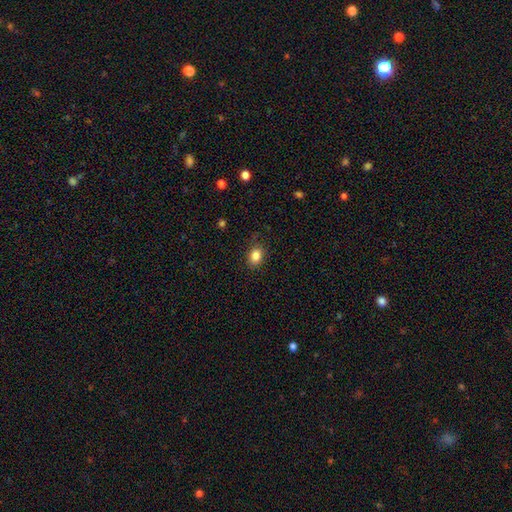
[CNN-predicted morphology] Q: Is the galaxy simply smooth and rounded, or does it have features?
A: smooth — 84%.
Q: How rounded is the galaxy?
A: in between — 63%.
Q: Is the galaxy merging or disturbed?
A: none — 84%.